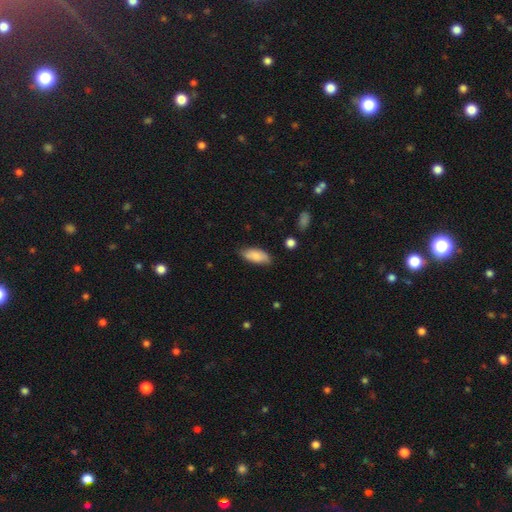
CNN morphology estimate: A smooth galaxy with no disk features (84%) that is in between round and cigar-shaped (84%). Merging: none (78%).